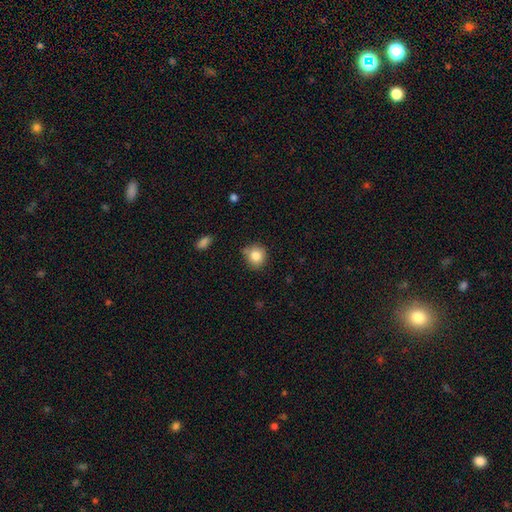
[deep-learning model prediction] smooth-or-featured: smooth: 83% | star or artifact: 10% | featured or disk: 7%
  how-rounded: round: 87% | in between: 13% | cigar-shaped: 1%
  merging: none: 76% | minor disturbance: 17% | merger: 4% | major disturbance: 3%